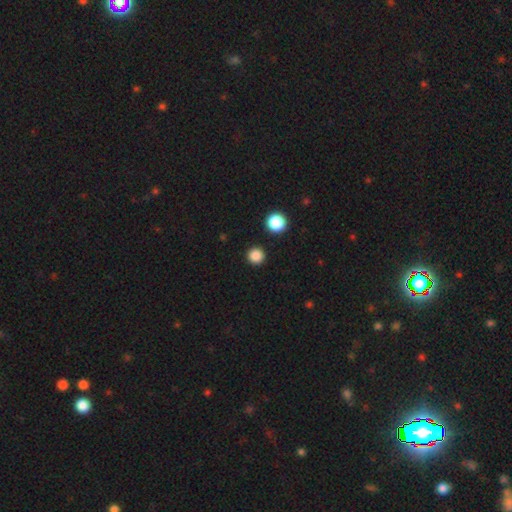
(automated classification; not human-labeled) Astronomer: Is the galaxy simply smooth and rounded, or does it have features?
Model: smooth — 85%.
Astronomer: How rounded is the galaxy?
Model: round — 96%.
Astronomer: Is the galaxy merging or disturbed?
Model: none — 92%.